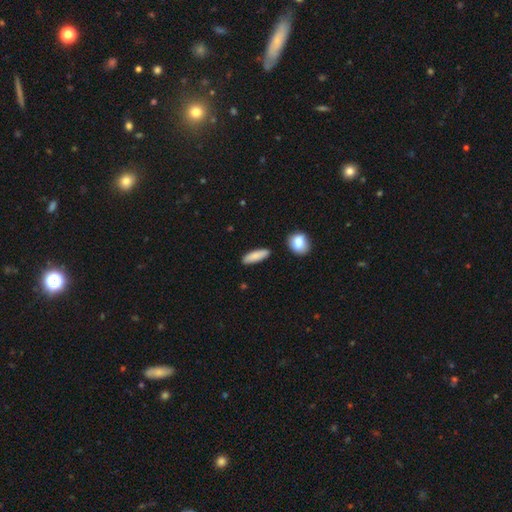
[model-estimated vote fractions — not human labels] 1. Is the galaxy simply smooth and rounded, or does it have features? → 85% smooth, 9% featured or disk, 6% star or artifact.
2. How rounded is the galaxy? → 51% cigar-shaped, 46% in between, 3% round.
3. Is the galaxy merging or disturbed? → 84% none, 10% minor disturbance, 4% merger, 2% major disturbance.